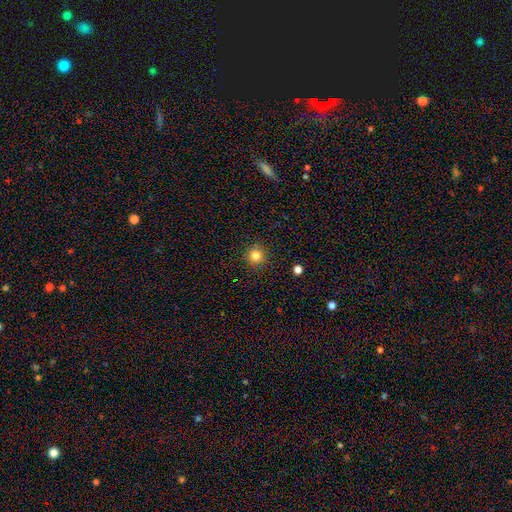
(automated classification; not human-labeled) Smooth or featured? Predicted: smooth (p=0.82). How rounded? Predicted: round (p=0.94). Merging? Predicted: none (p=0.92).